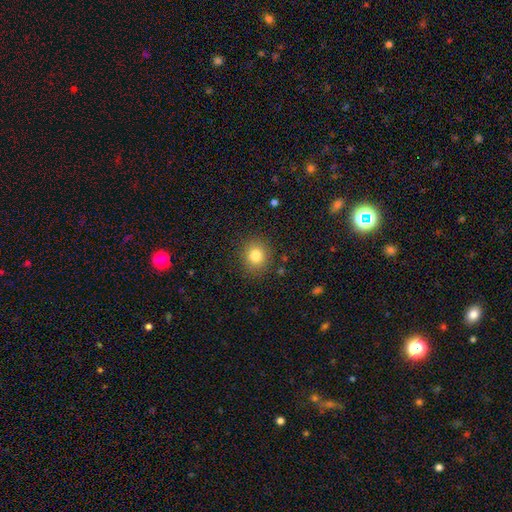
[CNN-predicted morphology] smooth 81%, star or artifact 12%, featured or disk 7%. Down the decision tree: how rounded — round (82%); merging — none (88%).